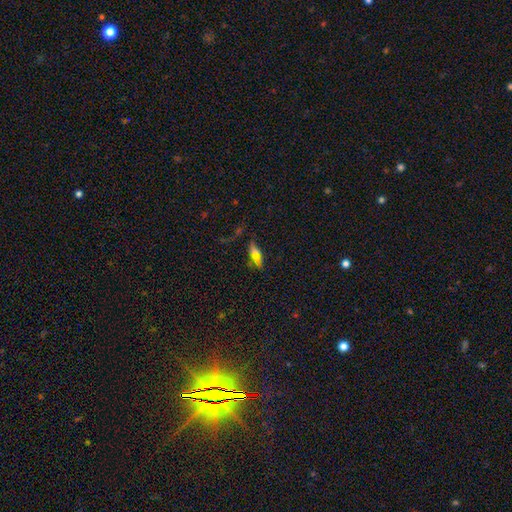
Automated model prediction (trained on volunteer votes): A smooth galaxy with no disk features (57%) that is in between round and cigar-shaped (70%). Merging: none (61%).